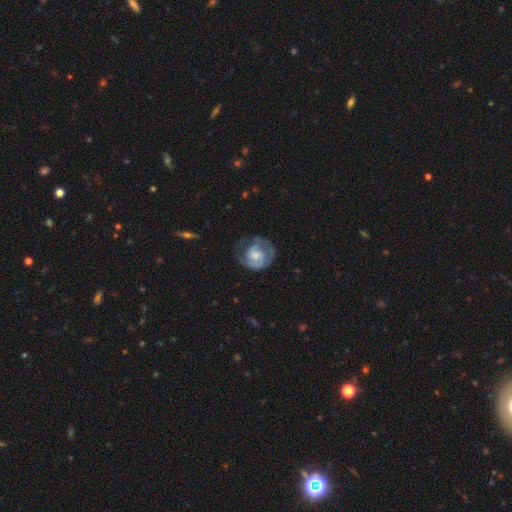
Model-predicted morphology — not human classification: featured or disk 72%, smooth 22%, star or artifact 6%. Down the decision tree: edge-on disk — no (98%); bar — no (66%); spiral arms — yes (89%); spiral arm count — 2 (63%); spiral winding — tight (45%); bulge size — small (47%); merging — none (57%).